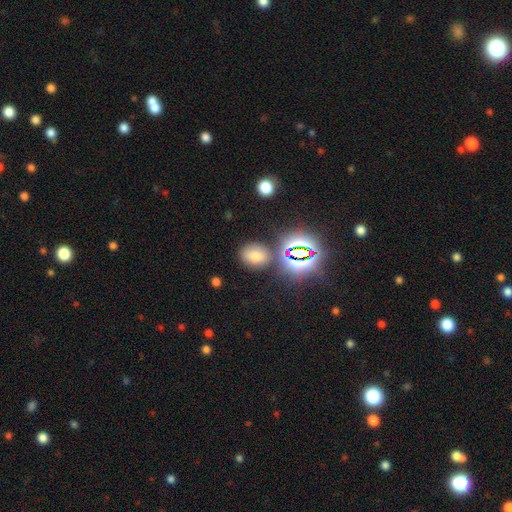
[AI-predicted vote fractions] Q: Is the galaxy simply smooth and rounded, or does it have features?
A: smooth — 64%.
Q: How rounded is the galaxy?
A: in between — 54%.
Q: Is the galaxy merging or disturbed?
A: none — 77%.